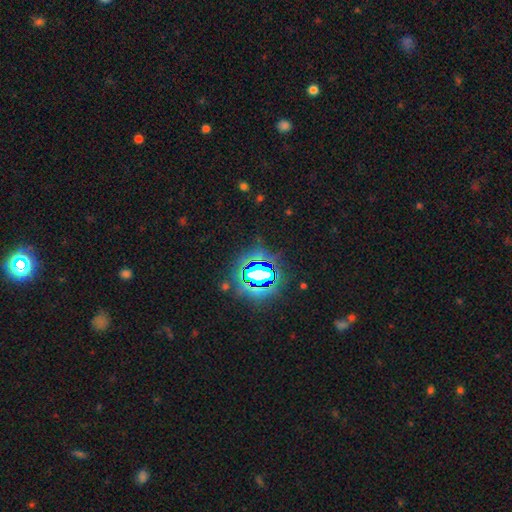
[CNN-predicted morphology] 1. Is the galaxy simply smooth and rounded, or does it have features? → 83% star or artifact, 11% smooth, 6% featured or disk.